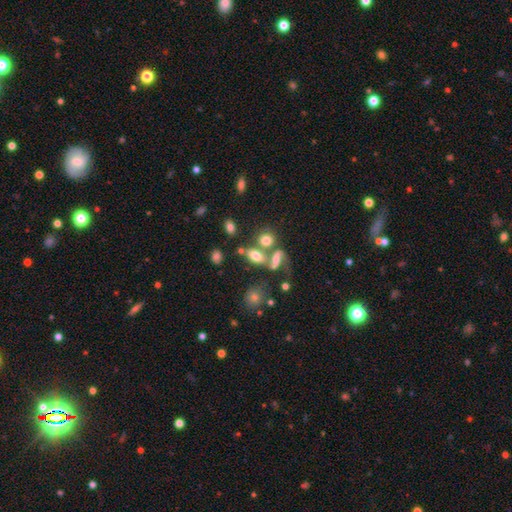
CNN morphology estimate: Smooth or featured?
  - smooth: 65% *
  - featured or disk: 20%
  - star or artifact: 14%
How rounded?
  - in between: 70% *
  - round: 23%
  - cigar-shaped: 7%
Merging?
  - merger: 40% *
  - none: 39%
  - minor disturbance: 12%
  - major disturbance: 9%